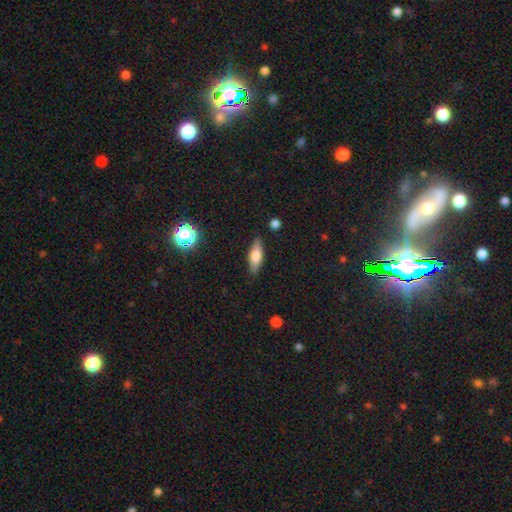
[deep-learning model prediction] smooth 61%, featured or disk 31%, star or artifact 8%. Down the decision tree: how rounded — in between (58%); merging — none (85%).